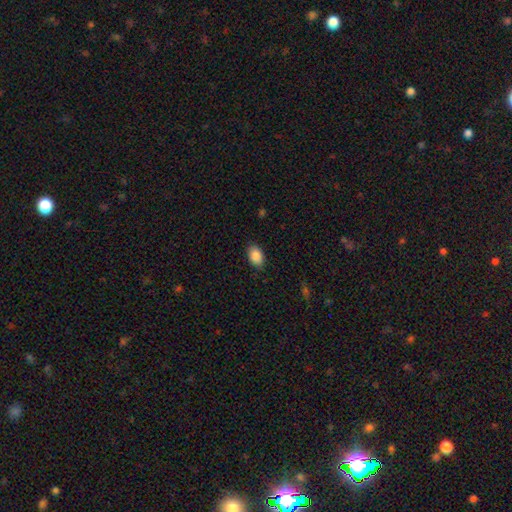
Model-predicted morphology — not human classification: smooth 88%, star or artifact 7%, featured or disk 5%. Down the decision tree: how rounded — in between (89%); merging — none (87%).